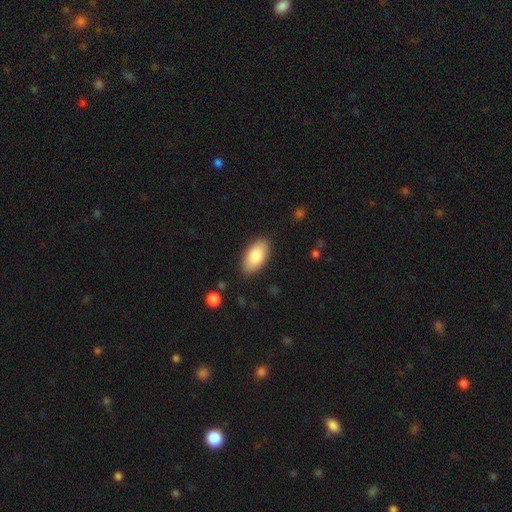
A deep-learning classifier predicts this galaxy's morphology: Smooth or featured? smooth (82%)
How rounded? in between (95%)
Merging? none (87%)